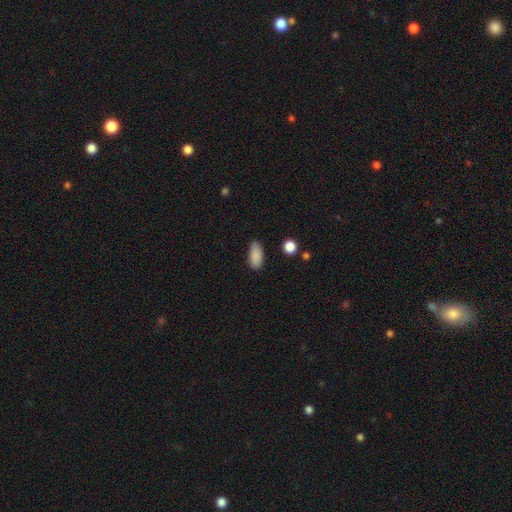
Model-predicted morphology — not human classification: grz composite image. It shows a smooth galaxy with no disk features (88%) that is in between round and cigar-shaped (88%). Merging: none (78%).